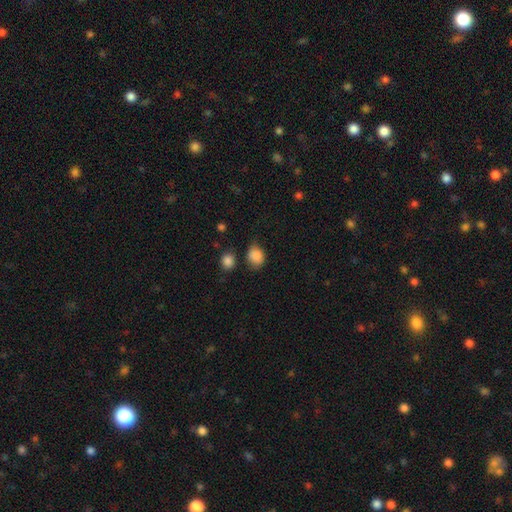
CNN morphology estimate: Smooth or featured? smooth (87%)
How rounded? in between (51%)
Merging? none (69%)